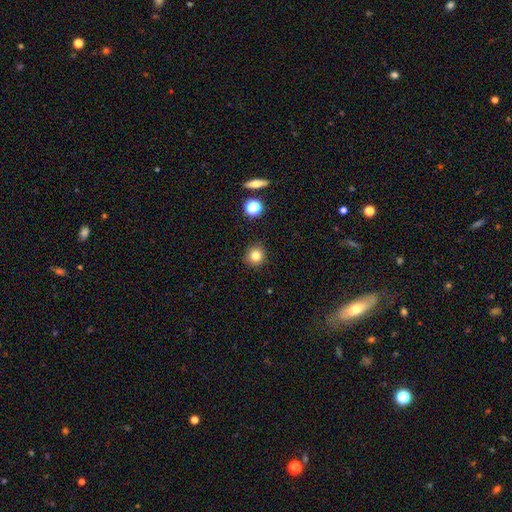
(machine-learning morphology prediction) The model was most divided on "smooth or featured": smooth: 80%, star or artifact: 13%, featured or disk: 7%. More confident: how rounded — round (92%); merging — none (90%).